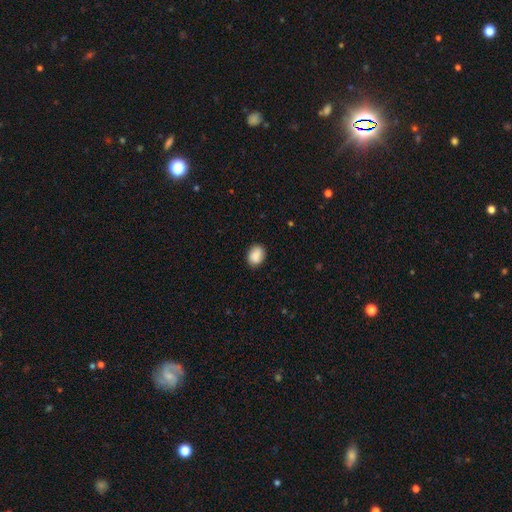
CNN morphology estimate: The model was most divided on "how rounded": in between: 69%, round: 30%, cigar-shaped: 1%. More confident: smooth or featured — smooth (87%); merging — none (84%).